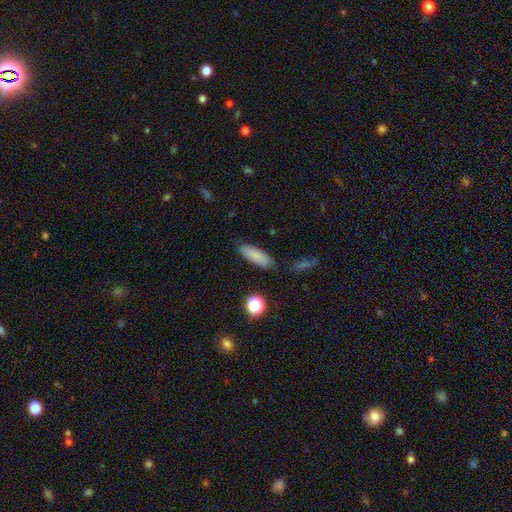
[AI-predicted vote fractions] Smooth or featured: smooth — 83% (star or artifact — 9%)
How rounded: in between — 60% (cigar-shaped — 37%)
Merging: none — 82% (minor disturbance — 12%)